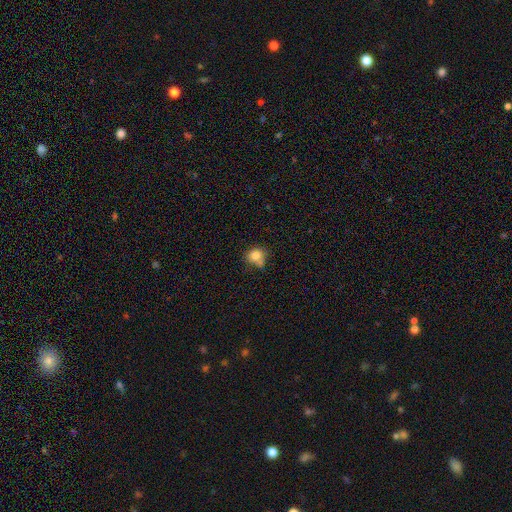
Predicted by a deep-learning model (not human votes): Smooth or featured? Predicted: smooth (p=0.81). How rounded? Predicted: round (p=0.75). Merging? Predicted: none (p=0.51).